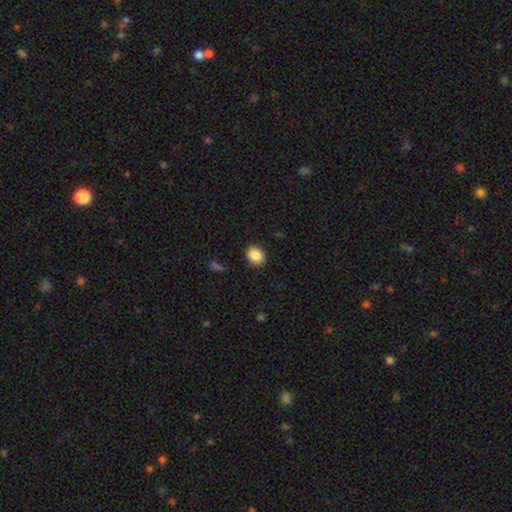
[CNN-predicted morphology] A smooth galaxy with no disk features (87%) that is round (56%).

Vote fractions:
- Smooth or featured? smooth: 87% / star or artifact: 8% / featured or disk: 4%
- How rounded? round: 56% / in between: 43% / cigar-shaped: 1%
- Merging? none: 87% / minor disturbance: 9% / major disturbance: 2% / merger: 1%